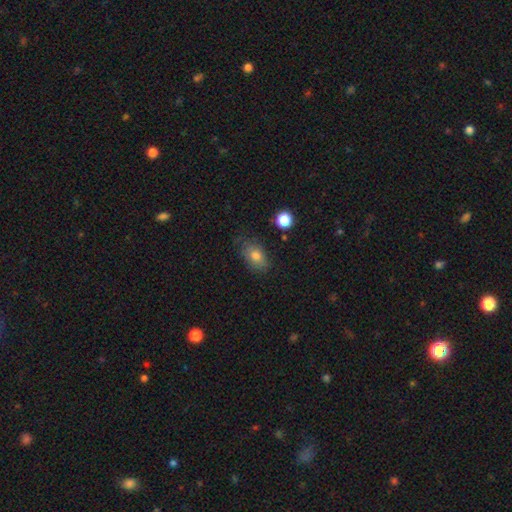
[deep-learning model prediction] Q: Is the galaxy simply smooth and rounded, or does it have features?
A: smooth — 78%.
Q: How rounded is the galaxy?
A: in between — 83%.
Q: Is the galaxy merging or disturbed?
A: none — 69%.